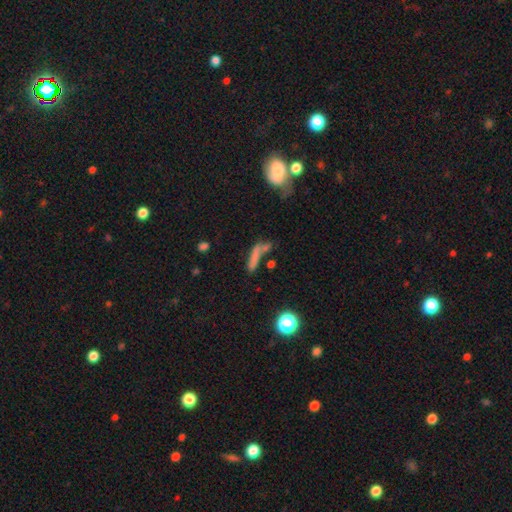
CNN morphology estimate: A smooth galaxy with no disk features (63%) that is cigar-shaped (75%).

Vote fractions:
- Smooth or featured? smooth: 63% / featured or disk: 21% / star or artifact: 16%
- How rounded? cigar-shaped: 75% / in between: 19% / round: 6%
- Merging? none: 43% / merger: 27% / minor disturbance: 17% / major disturbance: 13%